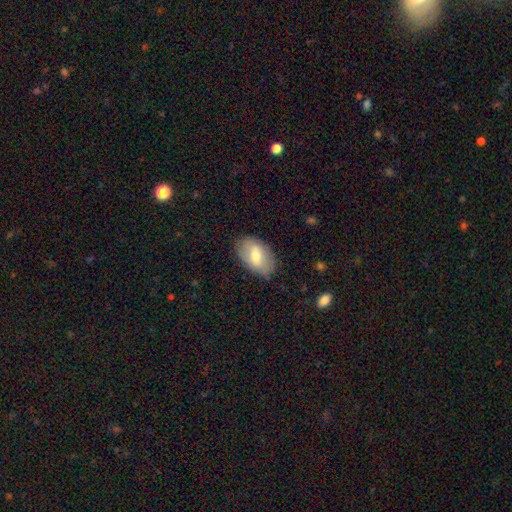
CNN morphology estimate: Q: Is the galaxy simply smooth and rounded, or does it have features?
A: smooth — 65%.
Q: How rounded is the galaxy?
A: in between — 92%.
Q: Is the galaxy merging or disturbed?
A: none — 80%.